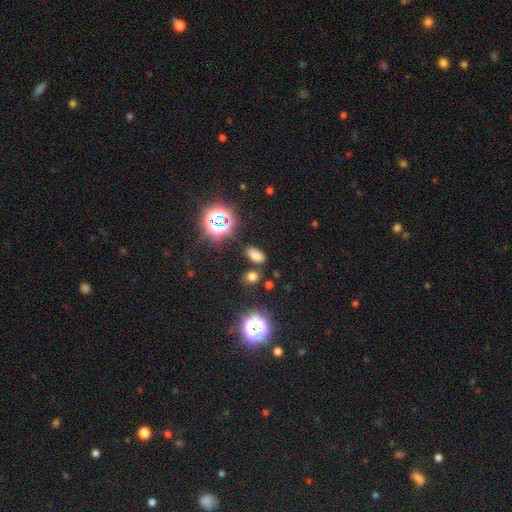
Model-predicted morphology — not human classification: Overall: smooth (69%). How rounded: in between (88%). Merging: none (80%).